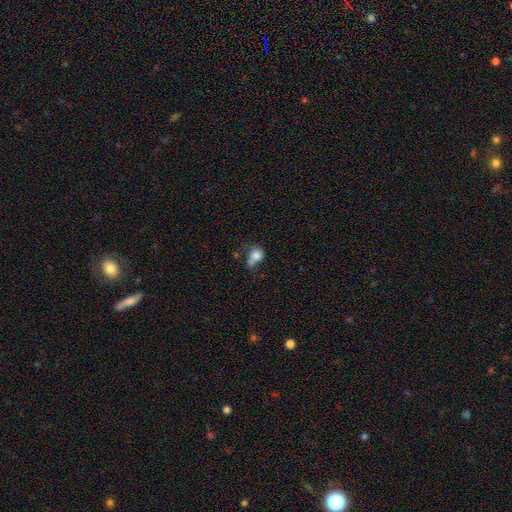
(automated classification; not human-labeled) The model was most divided on "merging": none: 29%, merger: 26%, major disturbance: 23%, minor disturbance: 22%. More confident: smooth or featured — smooth (76%); how rounded — round (64%).